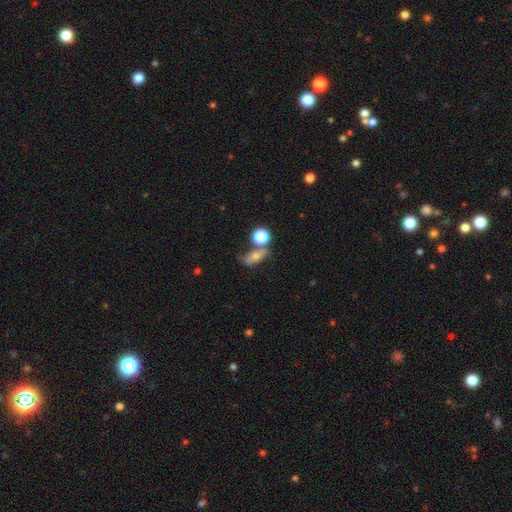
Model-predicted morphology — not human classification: smooth-or-featured: smooth: 50% | featured or disk: 29% | star or artifact: 21%
  merging: none: 45% | merger: 24% | minor disturbance: 18% | major disturbance: 13%